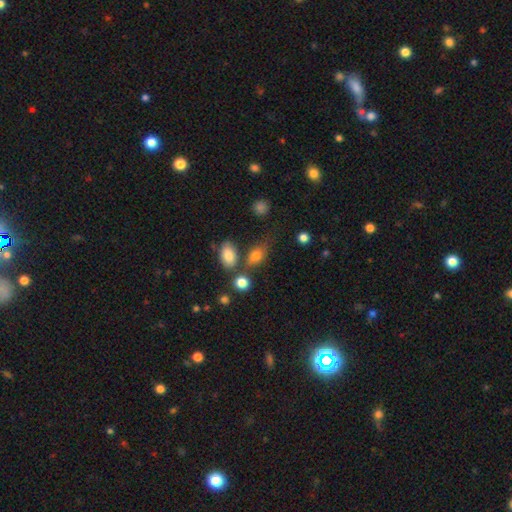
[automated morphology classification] smooth-or-featured: smooth: 77% | featured or disk: 12% | star or artifact: 11%
  how-rounded: in between: 77% | round: 18% | cigar-shaped: 4%
  merging: none: 57% | minor disturbance: 18% | merger: 16% | major disturbance: 8%